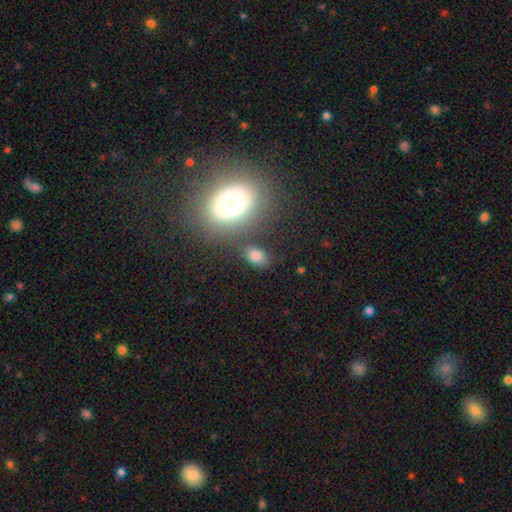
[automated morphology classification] Q: Smooth or featured?
A: smooth (79%); runner-up: star or artifact (13%)
Q: How rounded?
A: in between (77%); runner-up: round (21%)
Q: Merging?
A: none (70%); runner-up: minor disturbance (14%)